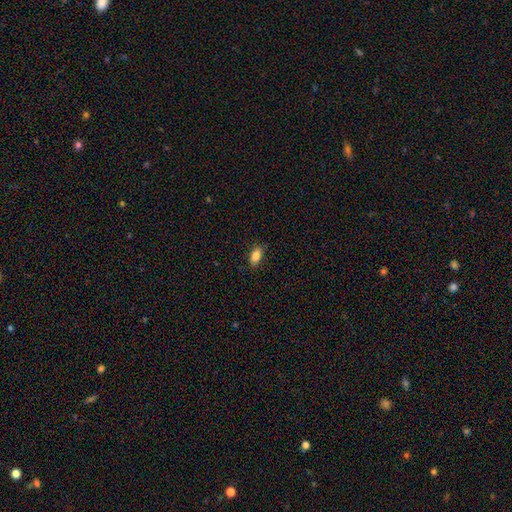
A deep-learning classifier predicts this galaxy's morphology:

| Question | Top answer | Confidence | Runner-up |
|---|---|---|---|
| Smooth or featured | smooth | 85% | star or artifact (8%) |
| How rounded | in between | 88% | round (7%) |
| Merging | none | 81% | minor disturbance (15%) |